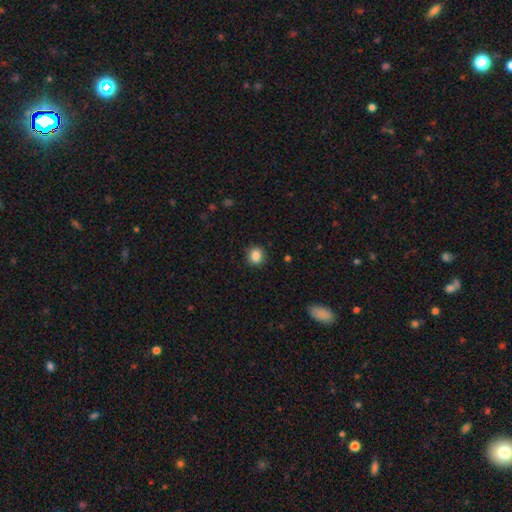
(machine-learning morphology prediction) Smooth or featured? smooth (86%)
How rounded? round (73%)
Merging? none (87%)